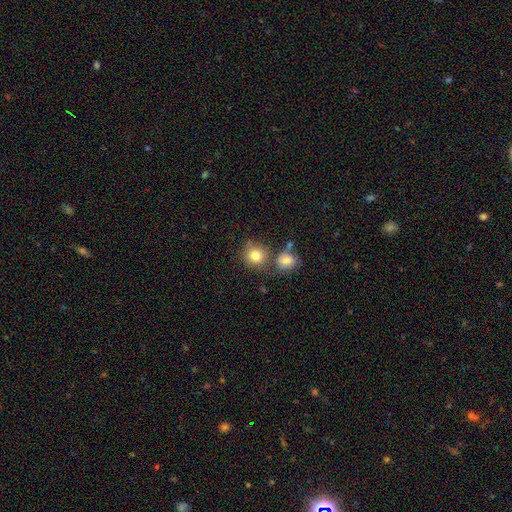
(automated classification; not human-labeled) smooth 81%, star or artifact 10%, featured or disk 9%. Down the decision tree: how rounded — round (85%); merging — none (64%).